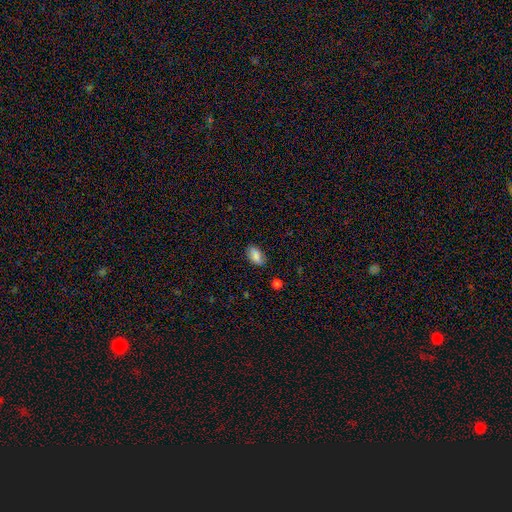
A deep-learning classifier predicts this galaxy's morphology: This appears to be a smooth galaxy with no disk features (84%) that is in between round and cigar-shaped (93%). Merging: none (82%).